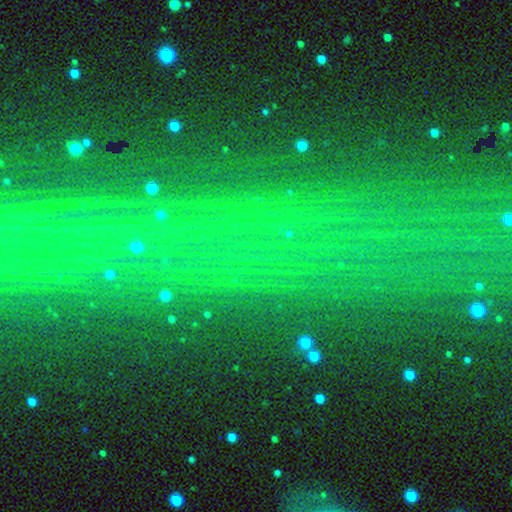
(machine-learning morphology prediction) smooth-or-featured: star or artifact: 82% | featured or disk: 9% | smooth: 9%